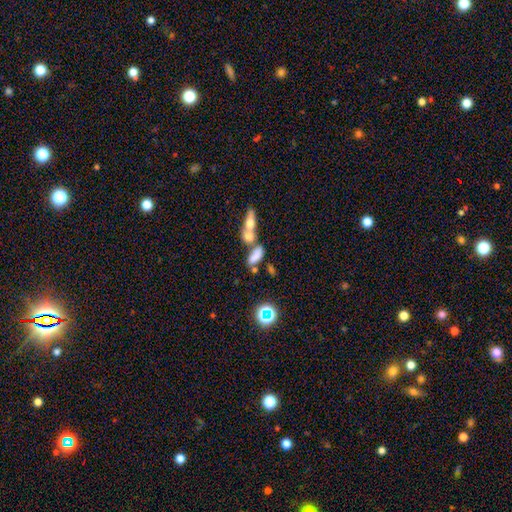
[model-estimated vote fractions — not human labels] A smooth galaxy with no disk features (65%) that is in between round and cigar-shaped (69%).

Vote fractions:
- Smooth or featured? smooth: 65% / featured or disk: 19% / star or artifact: 16%
- How rounded? in between: 69% / cigar-shaped: 21% / round: 9%
- Merging? merger: 55% / none: 28% / minor disturbance: 10% / major disturbance: 7%